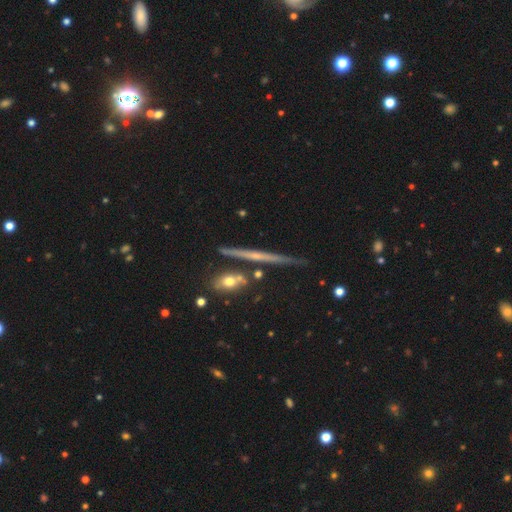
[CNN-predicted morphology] A featured or disk galaxy (65%) viewed edge-on (96%) with no central bulge (72%).

Vote fractions:
- Smooth or featured? featured or disk: 65% / smooth: 27% / star or artifact: 7%
- Edge-on disk? yes: 96% / no: 4%
- Edge-on bulge? none: 72% / rounded: 22% / boxy: 6%
- Merging? none: 83% / minor disturbance: 10% / merger: 5% / major disturbance: 2%